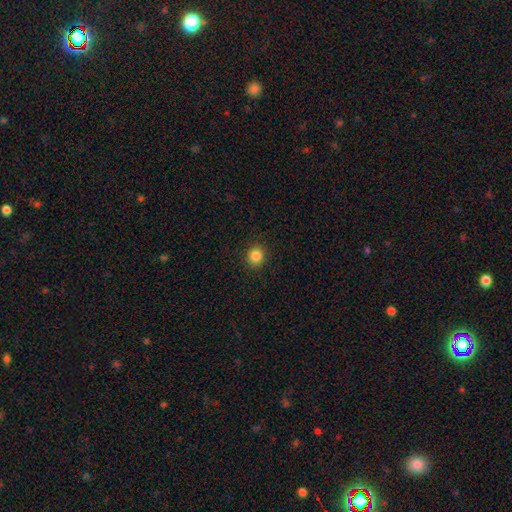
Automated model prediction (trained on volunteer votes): smooth 85%, star or artifact 11%, featured or disk 4%. Down the decision tree: how rounded — round (86%); merging — none (91%).